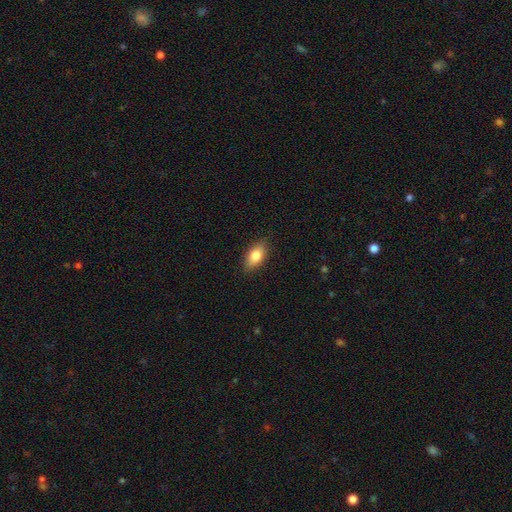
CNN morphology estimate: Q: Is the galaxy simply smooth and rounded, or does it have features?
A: smooth — 82%.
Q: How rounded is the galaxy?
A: in between — 89%.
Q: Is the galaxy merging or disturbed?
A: none — 87%.